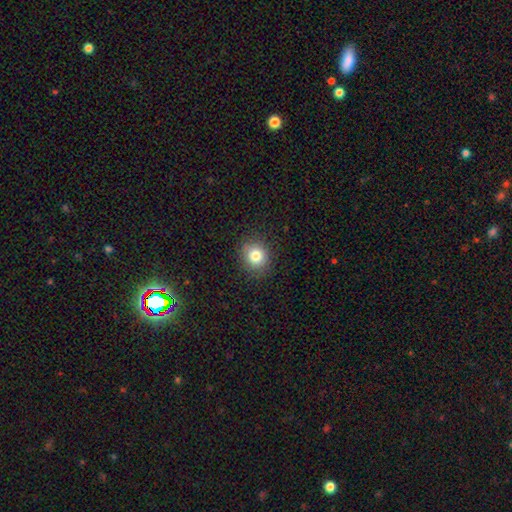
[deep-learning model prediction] smooth 81%, star or artifact 12%, featured or disk 8%. Down the decision tree: how rounded — round (79%); merging — none (87%).